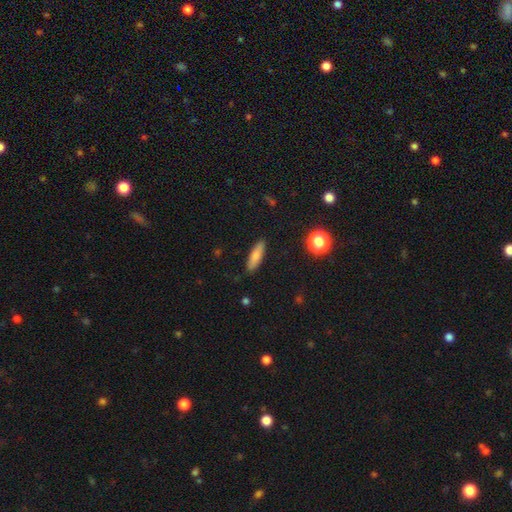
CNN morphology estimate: smooth 81%, featured or disk 11%, star or artifact 8%. Down the decision tree: how rounded — cigar-shaped (59%); merging — none (89%).